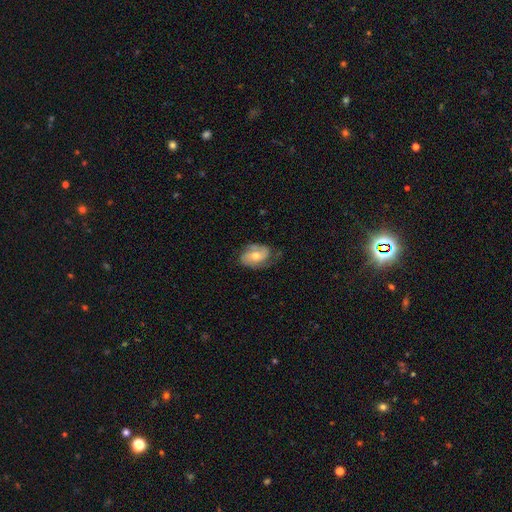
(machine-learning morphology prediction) Smooth or featured: featured or disk — 64% (smooth — 28%)
Edge-on disk: no — 96% (yes — 4%)
Bar: no — 60% (weak — 31%)
Spiral arms: yes — 87% (no — 13%)
Spiral winding: medium — 42% (tight — 37%)
Spiral arm count: 2 — 69% (can't tell — 15%)
Bulge size: moderate — 67% (small — 26%)
Merging: none — 66% (minor disturbance — 24%)